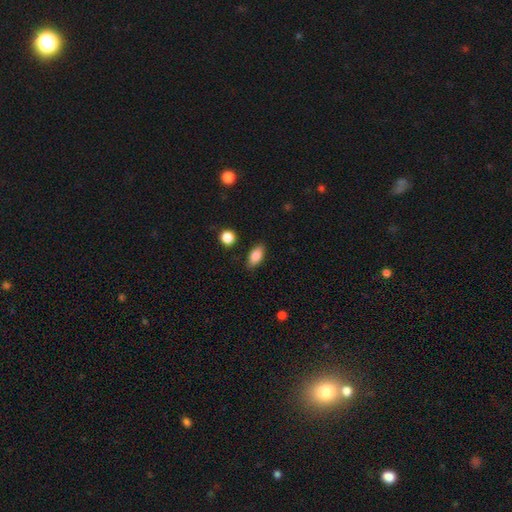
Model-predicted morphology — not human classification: Q: Smooth or featured?
A: smooth (85%); runner-up: star or artifact (8%)
Q: How rounded?
A: in between (87%); runner-up: cigar-shaped (7%)
Q: Merging?
A: none (85%); runner-up: minor disturbance (10%)